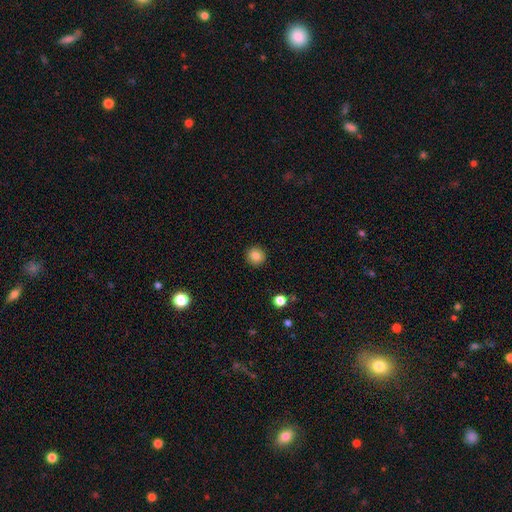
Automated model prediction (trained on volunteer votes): smooth-or-featured: smooth: 83% | star or artifact: 10% | featured or disk: 7%
  how-rounded: round: 92% | in between: 7% | cigar-shaped: 1%
  merging: none: 92% | minor disturbance: 5% | major disturbance: 2% | merger: 1%